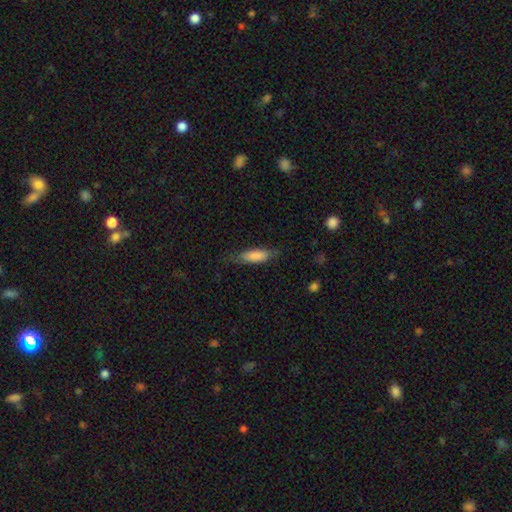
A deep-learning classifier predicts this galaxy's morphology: smooth_or_featured: smooth (p=0.80) [alt: featured or disk p=0.14]
how_rounded: in between (p=0.55) [alt: cigar-shaped p=0.43]
merging: none (p=0.69) [alt: minor disturbance p=0.23]